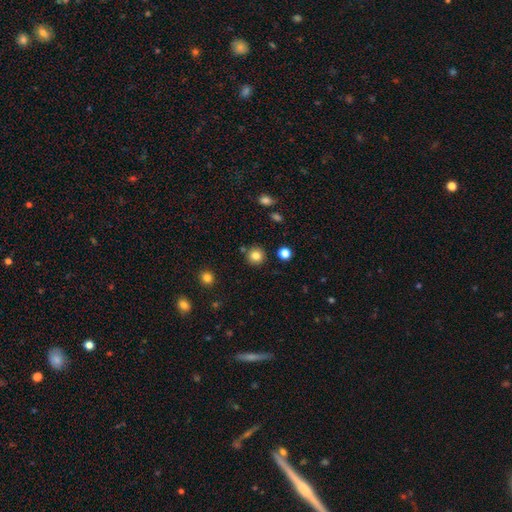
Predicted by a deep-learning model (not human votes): Q: Smooth or featured?
A: smooth (82%); runner-up: star or artifact (12%)
Q: How rounded?
A: round (93%); runner-up: in between (6%)
Q: Merging?
A: none (85%); runner-up: minor disturbance (7%)